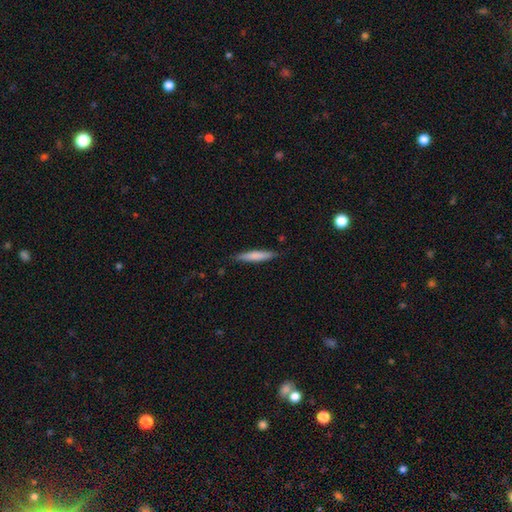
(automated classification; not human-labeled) smooth 74%, featured or disk 21%, star or artifact 5%. Down the decision tree: how rounded — cigar-shaped (90%); merging — none (86%).